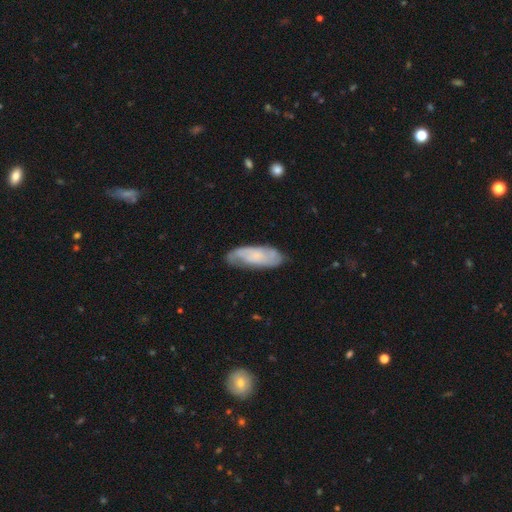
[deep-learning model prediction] featured or disk 48%, smooth 45%, star or artifact 7%. Down the decision tree: merging — none (69%).